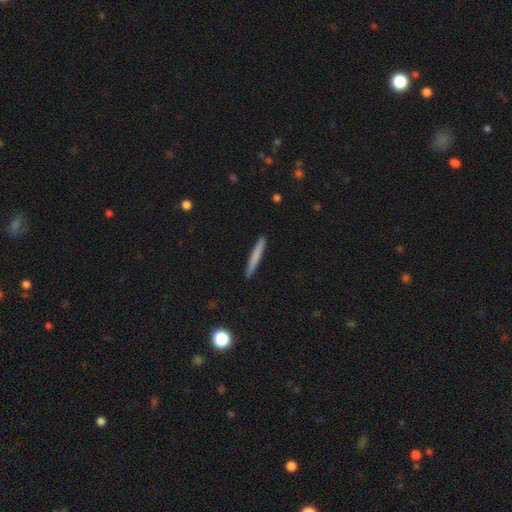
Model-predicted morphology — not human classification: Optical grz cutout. It shows a smooth galaxy with no disk features (74%) that is cigar-shaped (96%). Merging: none (92%).